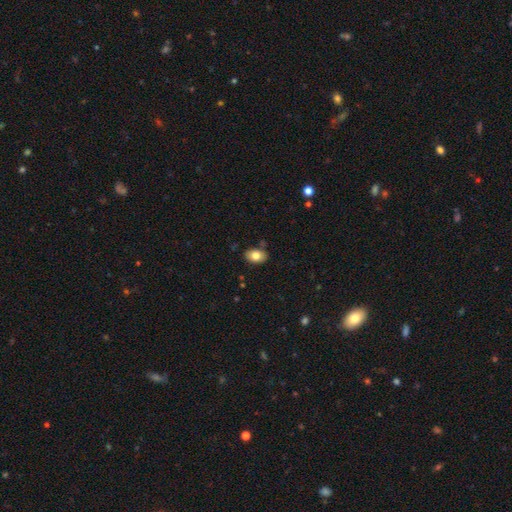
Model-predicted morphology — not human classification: The model was most divided on "smooth or featured": smooth: 80%, featured or disk: 12%, star or artifact: 8%. More confident: how rounded — in between (83%); merging — none (83%).